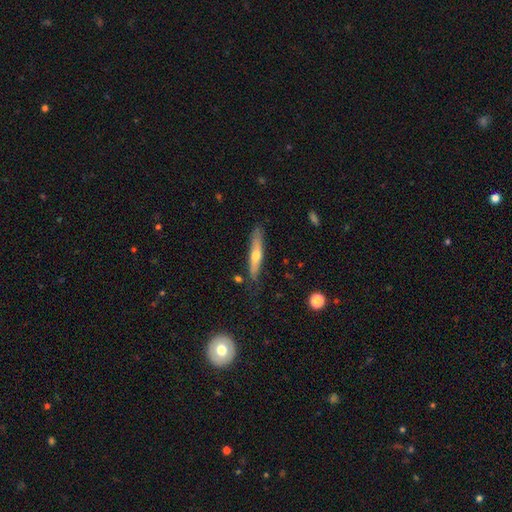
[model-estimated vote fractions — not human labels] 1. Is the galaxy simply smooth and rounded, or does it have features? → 49% featured or disk, 44% smooth, 6% star or artifact.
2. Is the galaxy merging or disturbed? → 80% none, 15% minor disturbance, 3% major disturbance, 2% merger.